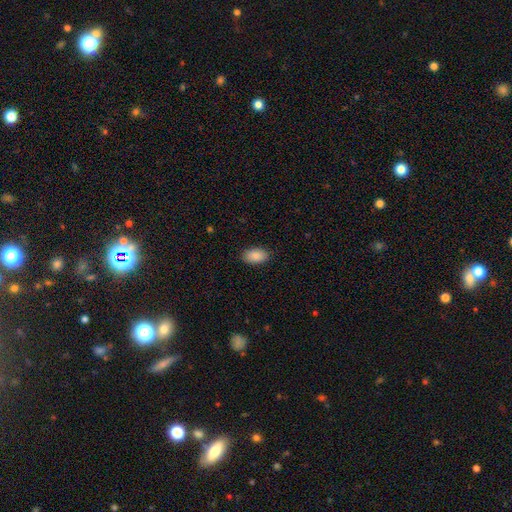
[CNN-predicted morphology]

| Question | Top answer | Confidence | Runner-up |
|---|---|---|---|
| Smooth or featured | smooth | 89% | star or artifact (7%) |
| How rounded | in between | 94% | round (5%) |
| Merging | none | 88% | minor disturbance (9%) |